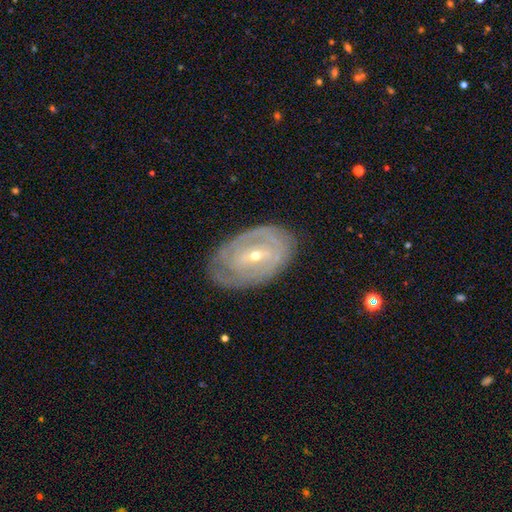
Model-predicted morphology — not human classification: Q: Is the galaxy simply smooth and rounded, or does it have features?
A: featured or disk — 80%.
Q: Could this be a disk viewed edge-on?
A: no — 94%.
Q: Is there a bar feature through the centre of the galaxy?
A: weak — 45%.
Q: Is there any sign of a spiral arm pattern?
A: yes — 78%.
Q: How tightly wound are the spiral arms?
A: tight — 71%.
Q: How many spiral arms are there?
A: can't tell — 44%.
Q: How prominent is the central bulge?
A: small — 62%.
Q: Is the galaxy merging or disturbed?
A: none — 74%.